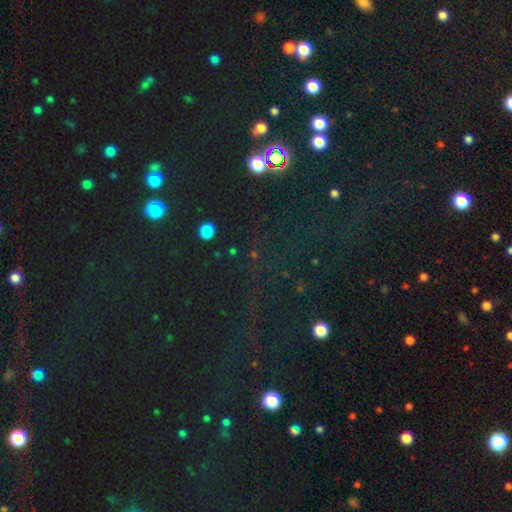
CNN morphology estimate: Overall: star or artifact (71%).